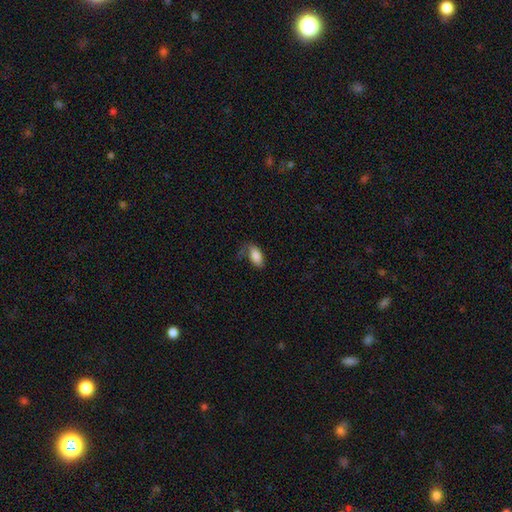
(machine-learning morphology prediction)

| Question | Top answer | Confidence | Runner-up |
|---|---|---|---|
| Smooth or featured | smooth | 83% | featured or disk (10%) |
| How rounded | in between | 91% | cigar-shaped (6%) |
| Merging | none | 53% | minor disturbance (29%) |